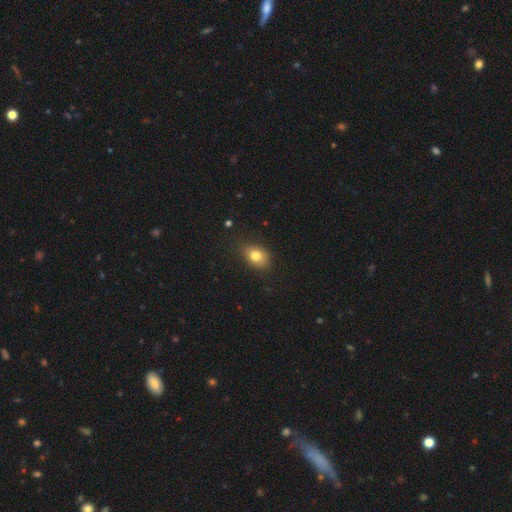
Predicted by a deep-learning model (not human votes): A smooth galaxy with no disk features (79%) that is in between round and cigar-shaped (69%).

Vote fractions:
- Smooth or featured? smooth: 79% / star or artifact: 11% / featured or disk: 10%
- How rounded? in between: 69% / round: 30% / cigar-shaped: 1%
- Merging? none: 77% / minor disturbance: 17% / major disturbance: 4% / merger: 1%